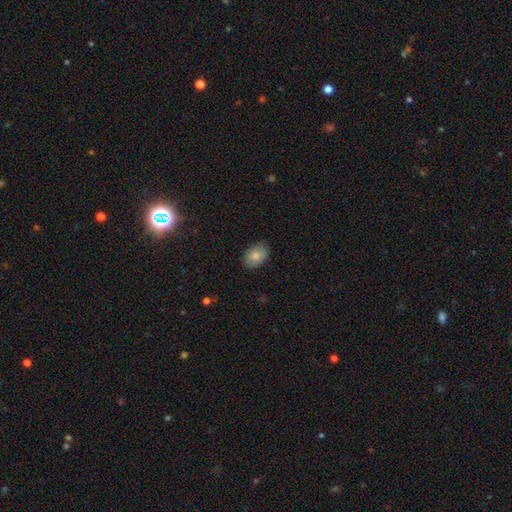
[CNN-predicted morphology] Smooth or featured: smooth — 84% (featured or disk — 9%)
How rounded: in between — 82% (round — 17%)
Merging: none — 86% (minor disturbance — 11%)